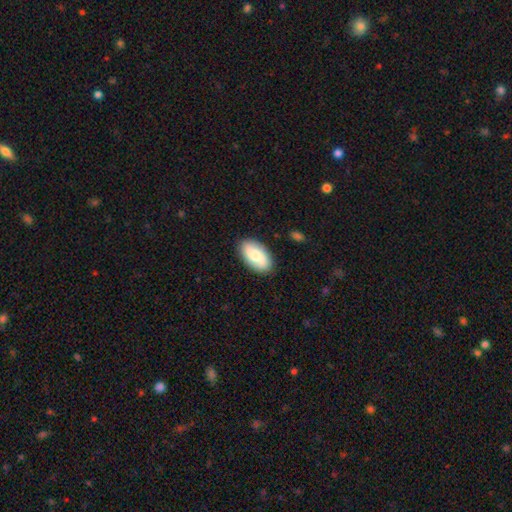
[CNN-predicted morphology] Overall: smooth (61%; featured or disk 33%). How rounded: in between (94%). Merging: none (86%).